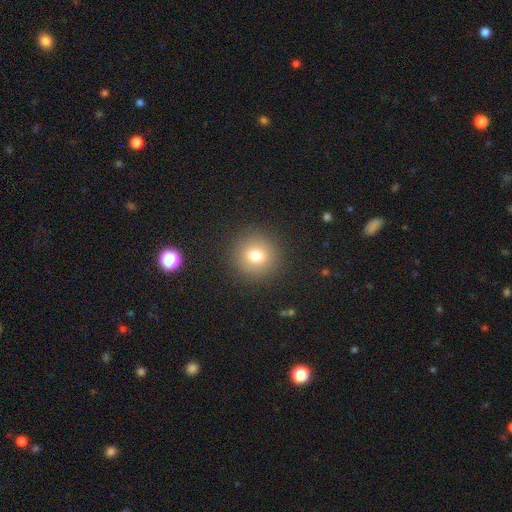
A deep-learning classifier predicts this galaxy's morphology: smooth_or_featured: smooth (p=0.76) [alt: star or artifact p=0.13]
how_rounded: round (p=0.92) [alt: in between p=0.07]
merging: none (p=0.90) [alt: minor disturbance p=0.06]